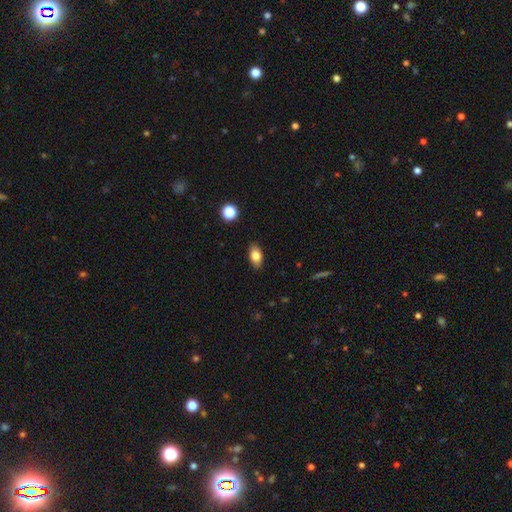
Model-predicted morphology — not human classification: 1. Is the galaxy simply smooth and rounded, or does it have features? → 81% smooth, 11% featured or disk, 8% star or artifact.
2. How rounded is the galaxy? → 89% in between, 7% round, 4% cigar-shaped.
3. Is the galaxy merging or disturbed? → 87% none, 10% minor disturbance, 2% major disturbance, 1% merger.